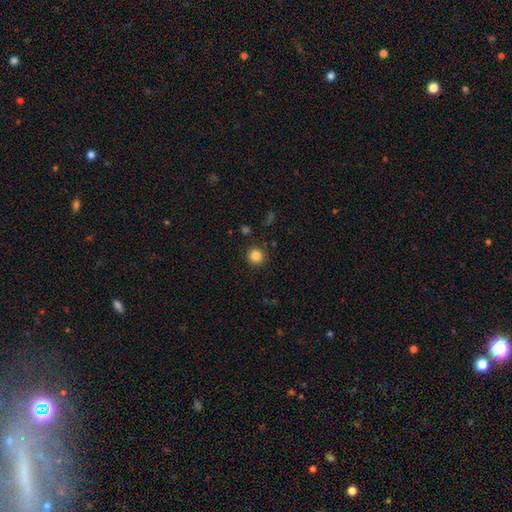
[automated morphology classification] This appears to be a smooth galaxy with no disk features (85%) that is round (94%). Merging: none (89%).